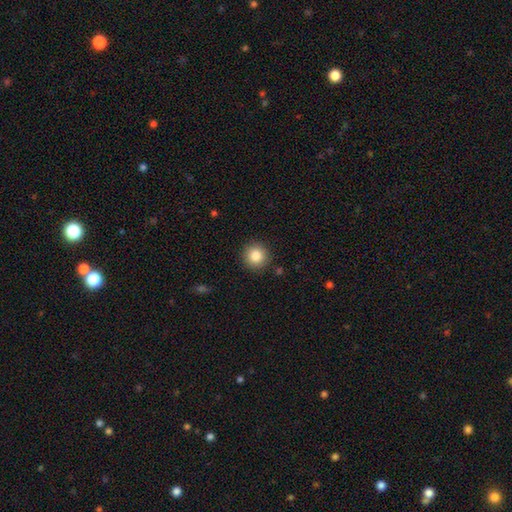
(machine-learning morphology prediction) Q: Smooth or featured?
A: smooth (85%); runner-up: star or artifact (9%)
Q: How rounded?
A: round (93%); runner-up: in between (6%)
Q: Merging?
A: none (90%); runner-up: minor disturbance (7%)